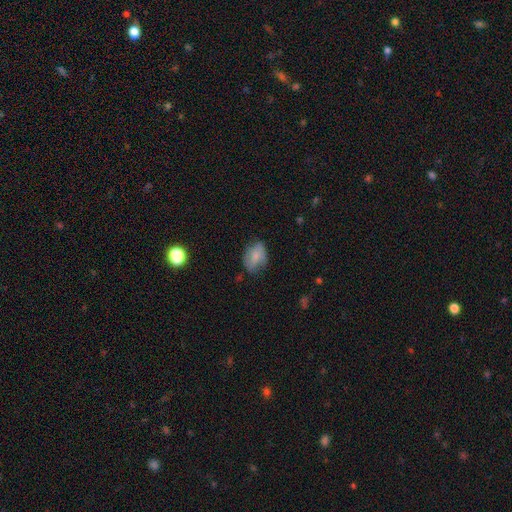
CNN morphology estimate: This is likely a smooth galaxy (67%). How rounded: likely in between (80%). Merging: possibly none (57%).